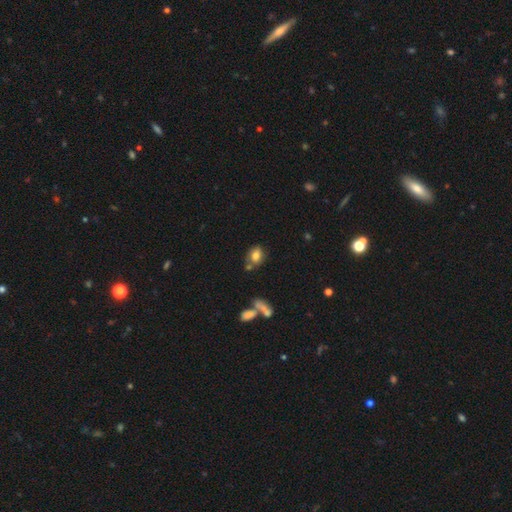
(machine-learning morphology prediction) type=smooth (78%); roundness=in between (62%); merging=none (64%).